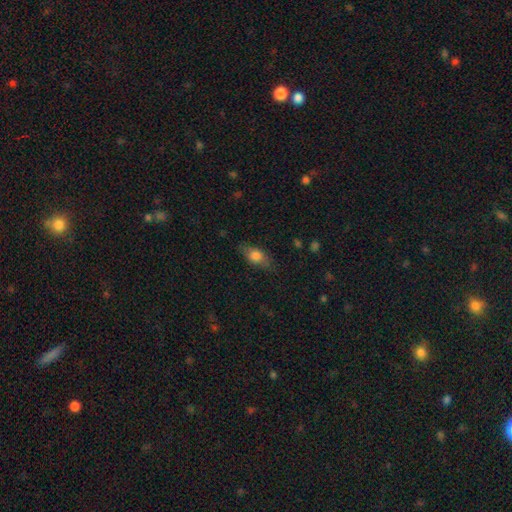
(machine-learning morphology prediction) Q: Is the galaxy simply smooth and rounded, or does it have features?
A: smooth — 72%.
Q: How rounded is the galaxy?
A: in between — 79%.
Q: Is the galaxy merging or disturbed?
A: none — 76%.